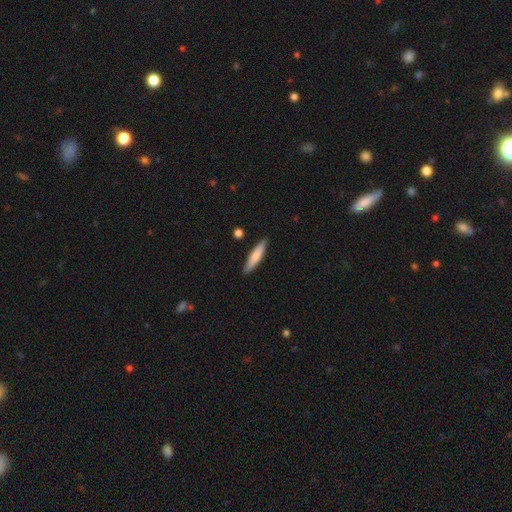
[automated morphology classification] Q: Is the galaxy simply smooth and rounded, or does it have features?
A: smooth — 71%.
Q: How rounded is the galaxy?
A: cigar-shaped — 84%.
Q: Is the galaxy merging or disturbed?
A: none — 87%.